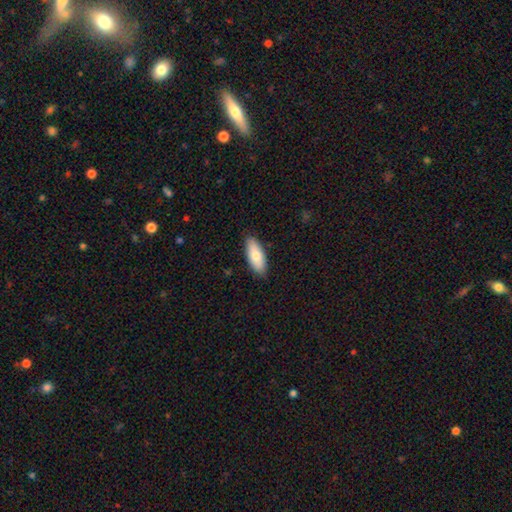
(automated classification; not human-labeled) Smooth or featured? Predicted: smooth (p=0.80). How rounded? Predicted: in between (p=0.79). Merging? Predicted: none (p=0.87).